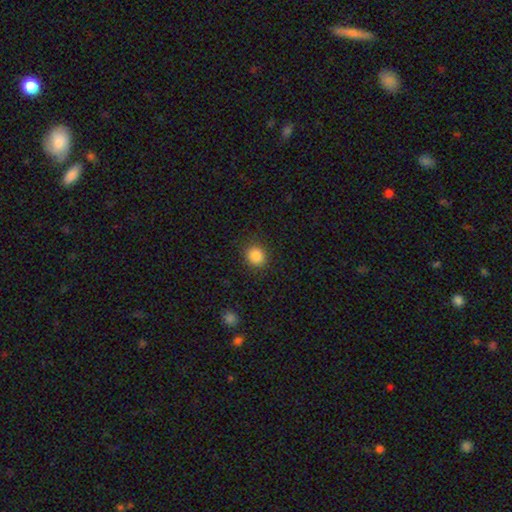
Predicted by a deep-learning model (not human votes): A smooth galaxy with no disk features (86%) that is round (82%).

Vote fractions:
- Smooth or featured? smooth: 86% / star or artifact: 10% / featured or disk: 4%
- How rounded? round: 82% / in between: 17% / cigar-shaped: 1%
- Merging? none: 89% / minor disturbance: 7% / major disturbance: 3% / merger: 1%